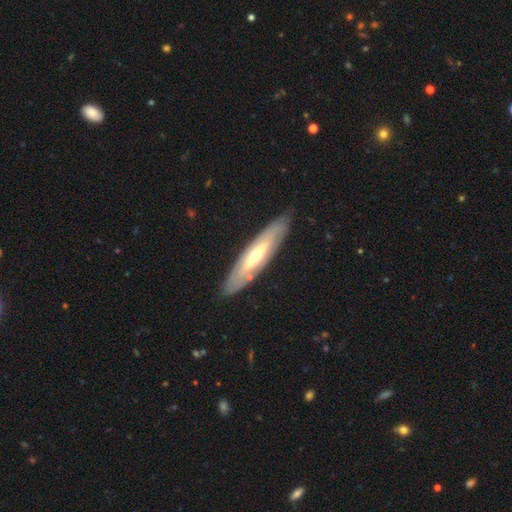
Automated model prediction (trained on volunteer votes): smooth-or-featured: featured or disk: 64% | smooth: 30% | star or artifact: 6%
  disk-edge-on: yes: 50% (tied) | no: 50% (tied)
  merging: none: 86% | minor disturbance: 10% | major disturbance: 2% | merger: 1%